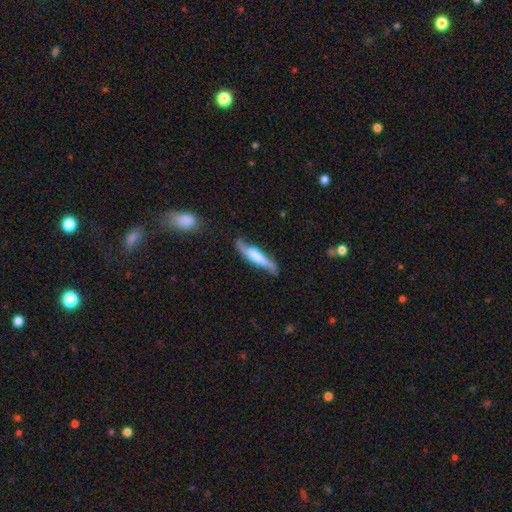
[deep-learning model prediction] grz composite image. It shows a smooth galaxy with no disk features (49%). Merging: none (59%).